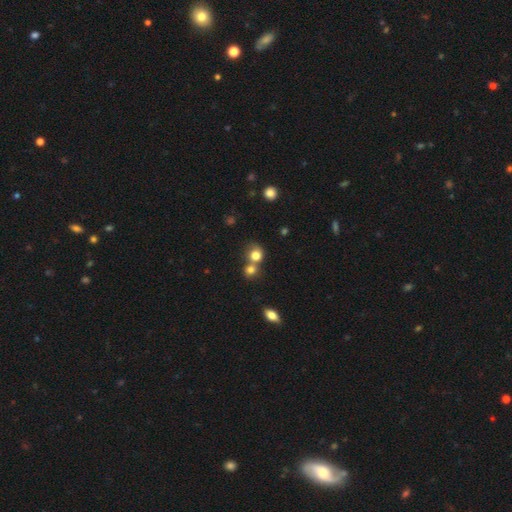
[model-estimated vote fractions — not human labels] Smooth or featured? smooth (78%)
How rounded? round (78%)
Merging? merger (52%)